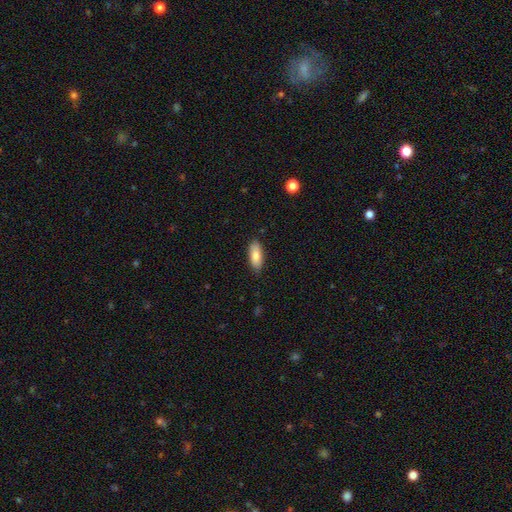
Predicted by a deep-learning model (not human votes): This is clearly a smooth galaxy (82%). How rounded: likely in between (76%). Merging: clearly none (85%).